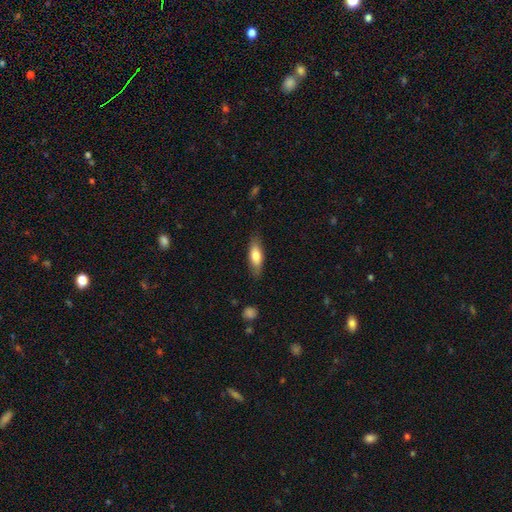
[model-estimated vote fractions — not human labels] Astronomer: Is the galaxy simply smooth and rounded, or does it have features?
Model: smooth — 73%.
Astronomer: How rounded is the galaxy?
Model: in between — 61% (runner-up: cigar-shaped, 36%).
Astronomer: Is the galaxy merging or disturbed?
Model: none — 82%.